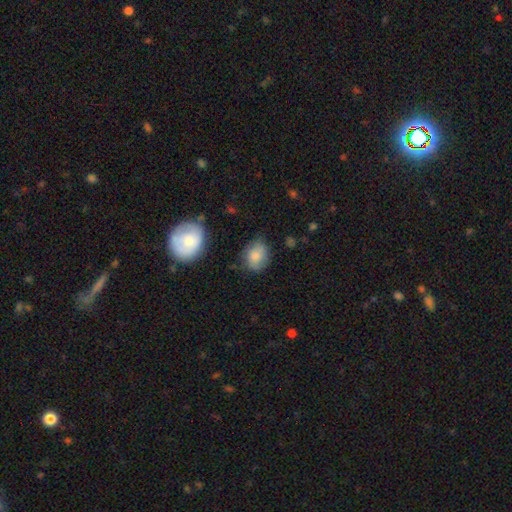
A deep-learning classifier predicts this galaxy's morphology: A smooth galaxy with no disk features (79%) that is in between round and cigar-shaped (52%). Merging: none (69%).